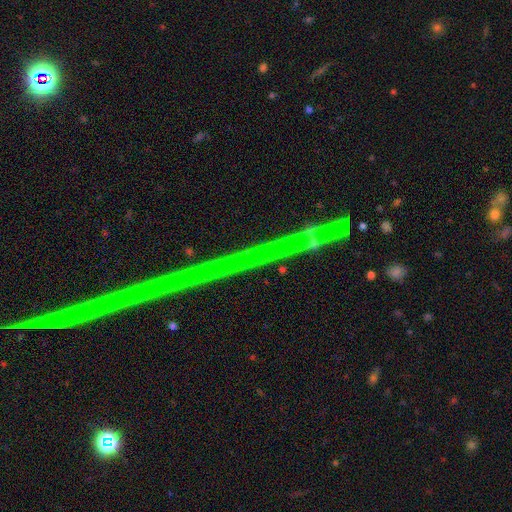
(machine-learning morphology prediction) The model was most divided on "smooth or featured": star or artifact: 69%, featured or disk: 21%, smooth: 11%.